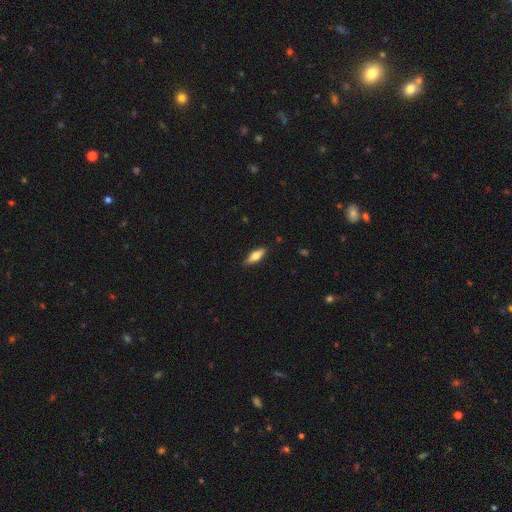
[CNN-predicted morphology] Smooth or featured?
  - smooth: 63% *
  - featured or disk: 30%
  - star or artifact: 6%
How rounded?
  - in between: 58% *
  - cigar-shaped: 40%
  - round: 2%
Merging?
  - none: 86% *
  - minor disturbance: 11%
  - major disturbance: 2%
  - merger: 1%